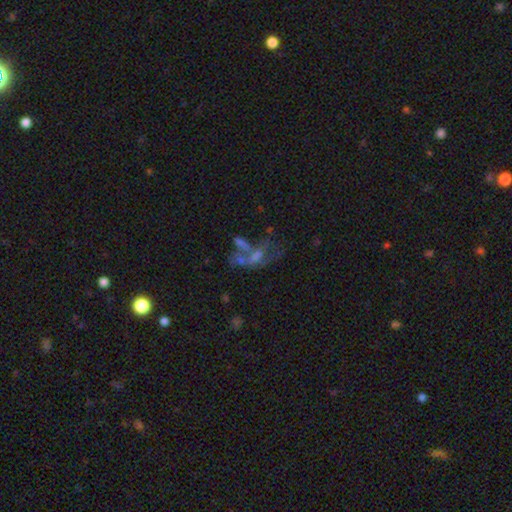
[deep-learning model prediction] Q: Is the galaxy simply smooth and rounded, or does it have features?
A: featured or disk — 51%.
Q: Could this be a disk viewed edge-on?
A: no — 91%.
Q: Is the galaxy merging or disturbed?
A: merger — 33%.